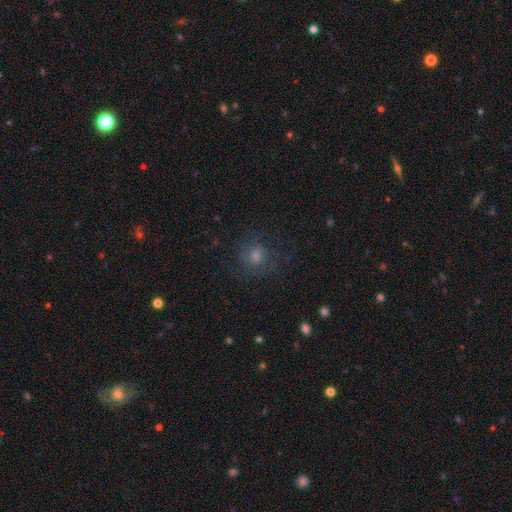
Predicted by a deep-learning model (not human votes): Smooth or featured? Predicted: smooth (p=0.45). Merging? Predicted: none (p=0.73).